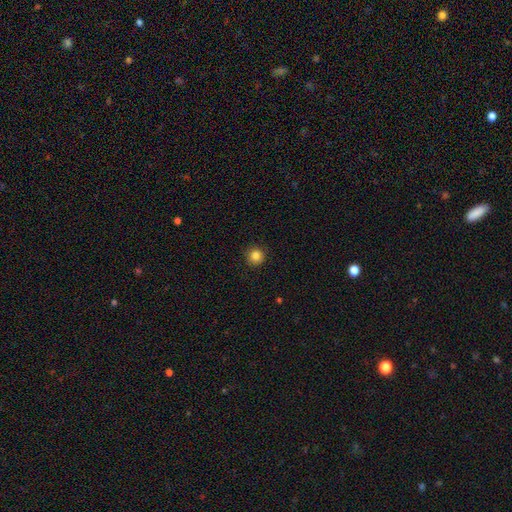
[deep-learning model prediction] Smooth or featured?
  - smooth: 84% *
  - star or artifact: 11%
  - featured or disk: 5%
How rounded?
  - round: 95% *
  - in between: 4%
  - cigar-shaped: 1%
Merging?
  - none: 91% *
  - minor disturbance: 6%
  - major disturbance: 2%
  - merger: 1%